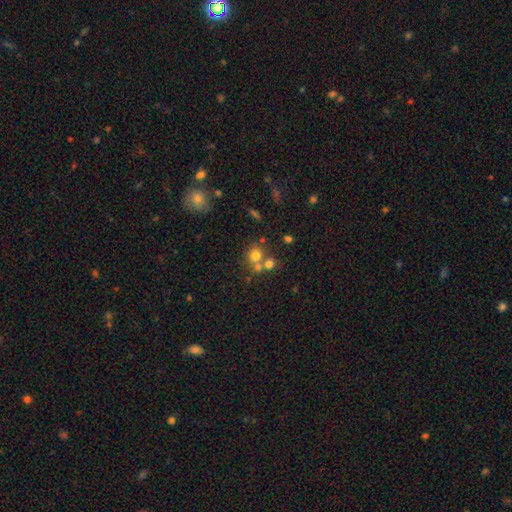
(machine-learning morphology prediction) Overall: smooth (69%). How rounded: round (80%). Merging: none (47%; merger 42%).